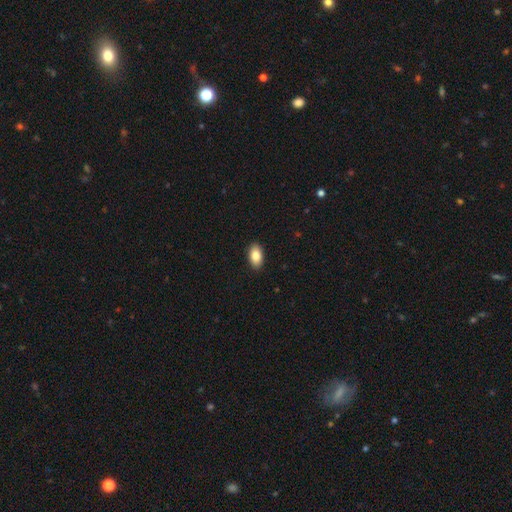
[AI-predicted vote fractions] A smooth galaxy with no disk features (84%) that is in between round and cigar-shaped (93%).

Vote fractions:
- Smooth or featured? smooth: 84% / featured or disk: 9% / star or artifact: 7%
- How rounded? in between: 93% / round: 5% / cigar-shaped: 2%
- Merging? none: 90% / minor disturbance: 7% / major disturbance: 2% / merger: 1%